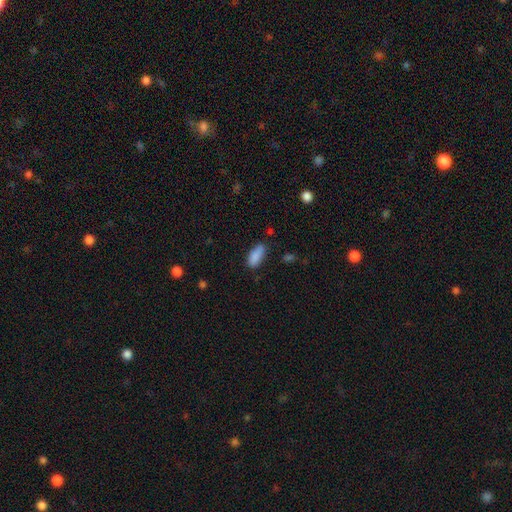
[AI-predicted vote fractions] smooth 87%, star or artifact 8%, featured or disk 5%. Down the decision tree: how rounded — in between (80%); merging — none (72%).